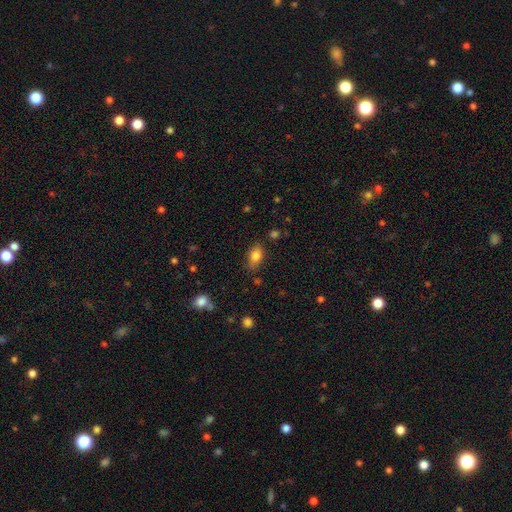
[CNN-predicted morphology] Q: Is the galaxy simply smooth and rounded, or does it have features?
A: smooth — 81%.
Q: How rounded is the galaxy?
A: in between — 85%.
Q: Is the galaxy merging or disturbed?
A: none — 77%.